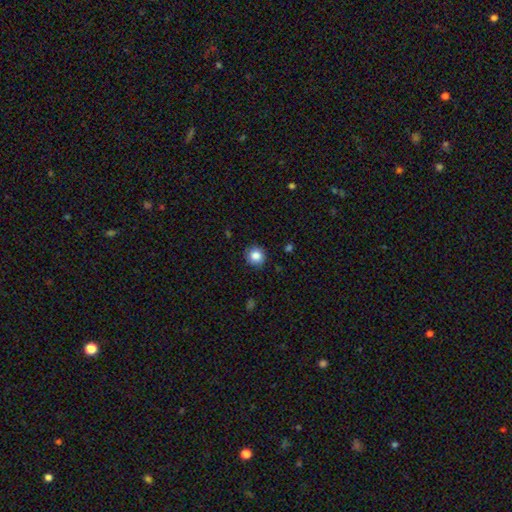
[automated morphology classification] A smooth galaxy with no disk features (85%) that is round (90%). Merging: none (90%).